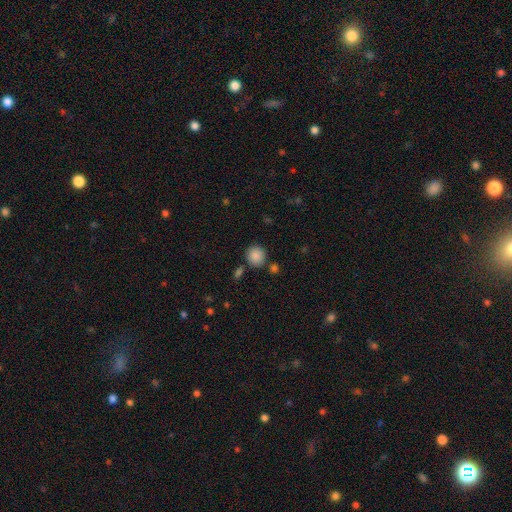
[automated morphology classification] Smooth or featured: smooth — 88% (star or artifact — 8%)
How rounded: round — 89% (in between — 10%)
Merging: none — 80% (minor disturbance — 10%)